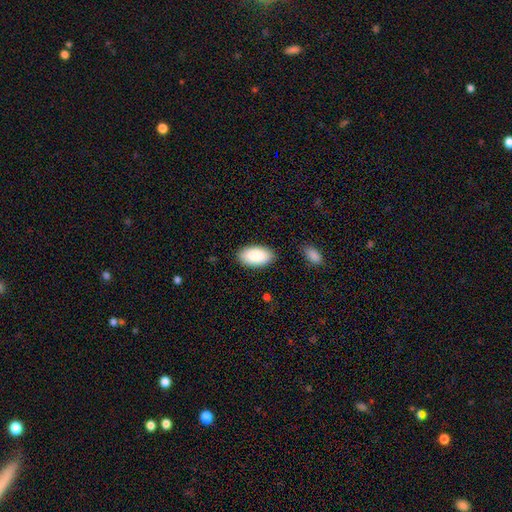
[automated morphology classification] This appears to be a smooth galaxy with no disk features (89%) that is in between round and cigar-shaped (96%). Merging: none (87%).